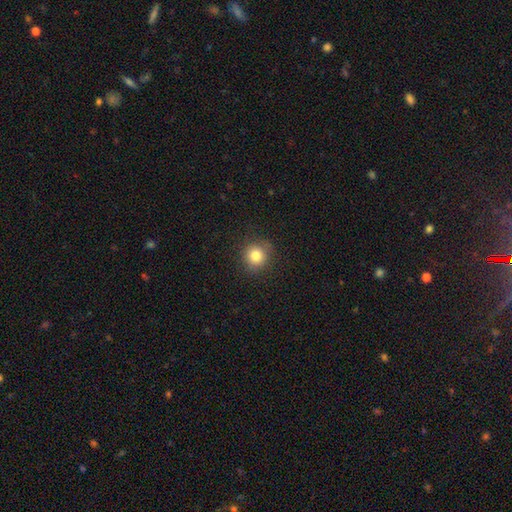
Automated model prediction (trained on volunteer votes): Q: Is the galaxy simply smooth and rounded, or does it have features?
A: smooth — 81%.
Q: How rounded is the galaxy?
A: round — 89%.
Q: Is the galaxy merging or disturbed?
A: none — 87%.